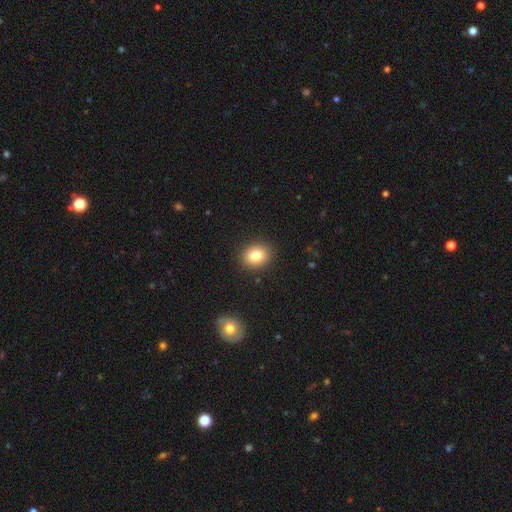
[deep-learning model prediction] Q: Smooth or featured?
A: smooth (81%); runner-up: star or artifact (10%)
Q: How rounded?
A: round (58%); runner-up: in between (41%)
Q: Merging?
A: none (90%); runner-up: minor disturbance (7%)